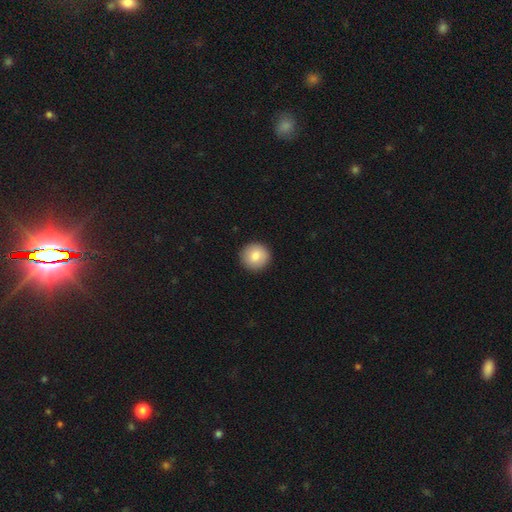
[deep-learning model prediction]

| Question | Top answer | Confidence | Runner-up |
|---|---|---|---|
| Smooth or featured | smooth | 84% | featured or disk (8%) |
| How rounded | round | 94% | in between (5%) |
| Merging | none | 93% | minor disturbance (5%) |